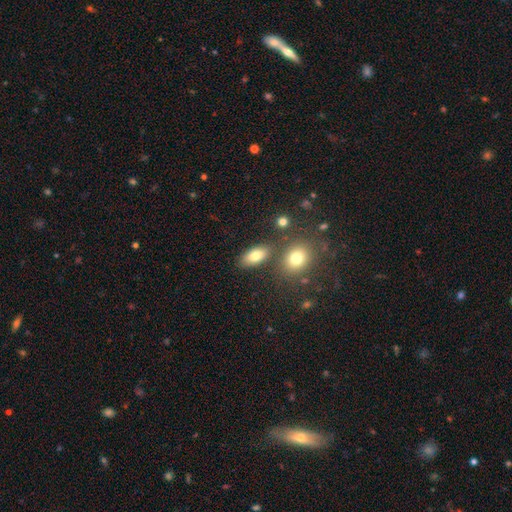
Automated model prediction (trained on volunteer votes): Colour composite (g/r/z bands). It shows a smooth galaxy with no disk features (80%) that is in between round and cigar-shaped (87%). Merging: none (76%).